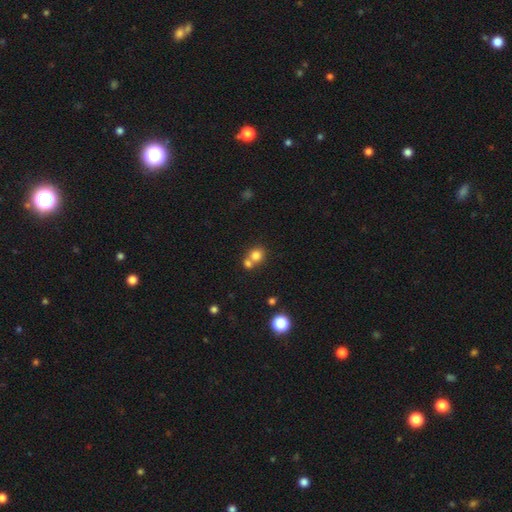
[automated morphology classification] smooth 78%, star or artifact 12%, featured or disk 10%. Down the decision tree: how rounded — round (79%); merging — merger (51%).